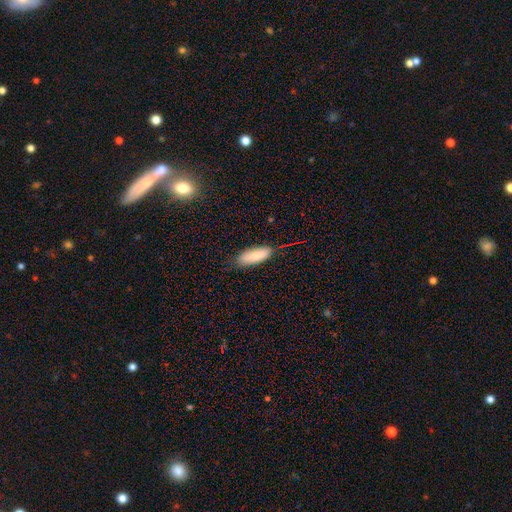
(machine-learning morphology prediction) A smooth galaxy with no disk features (82%) that is in between round and cigar-shaped (68%).

Vote fractions:
- Smooth or featured? smooth: 82% / featured or disk: 12% / star or artifact: 6%
- How rounded? in between: 68% / cigar-shaped: 31% / round: 2%
- Merging? none: 72% / minor disturbance: 21% / major disturbance: 5% / merger: 2%